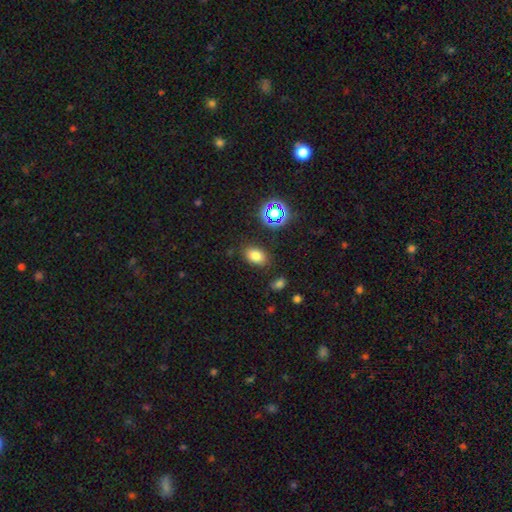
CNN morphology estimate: A smooth galaxy with no disk features (75%) that is in between round and cigar-shaped (83%). Merging: none (82%).